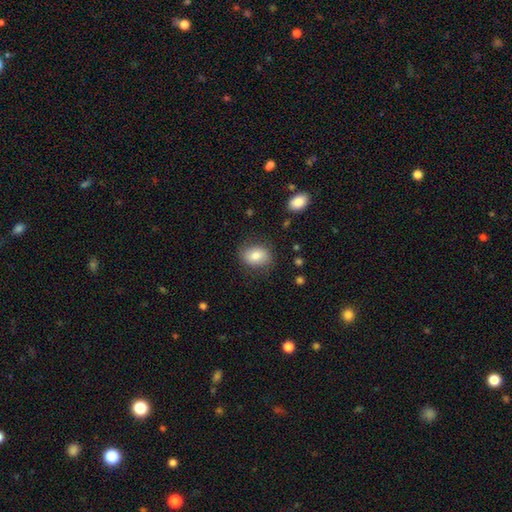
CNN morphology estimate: Smooth or featured?
  - smooth: 80% *
  - featured or disk: 12%
  - star or artifact: 8%
How rounded?
  - in between: 66% *
  - round: 33%
  - cigar-shaped: 1%
Merging?
  - none: 80% *
  - minor disturbance: 14%
  - major disturbance: 5%
  - merger: 1%